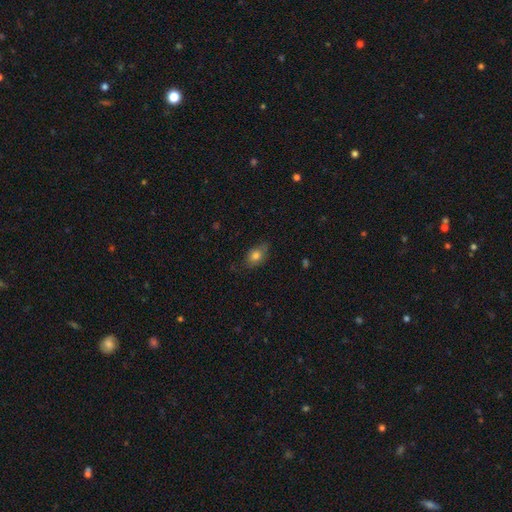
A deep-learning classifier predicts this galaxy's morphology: Smooth or featured? smooth (78%)
How rounded? in between (79%)
Merging? none (72%)